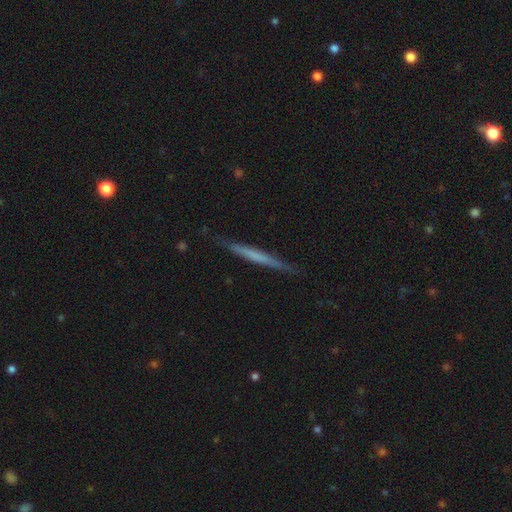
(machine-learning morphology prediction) Smooth or featured? Predicted: featured or disk (p=0.52). Edge-on disk? Predicted: yes (p=0.96). Edge-on bulge? Predicted: none (p=0.82). Merging? Predicted: none (p=0.87).